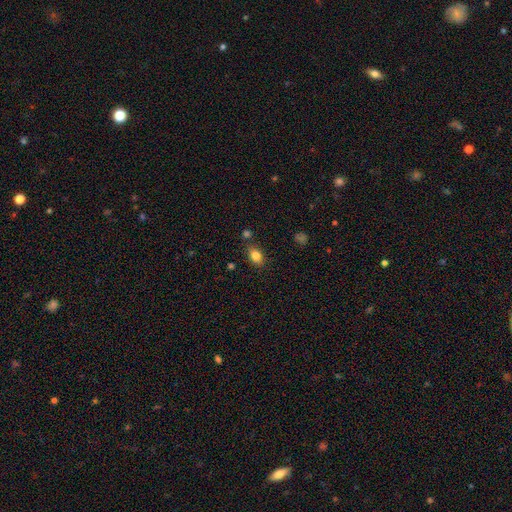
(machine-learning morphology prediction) smooth 83%, star or artifact 10%, featured or disk 7%. Down the decision tree: how rounded — in between (81%); merging — none (78%).